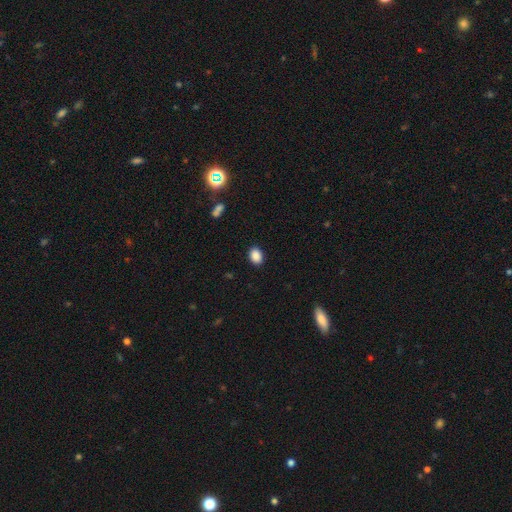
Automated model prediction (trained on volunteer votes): Smooth or featured?
  - smooth: 88% *
  - star or artifact: 9%
  - featured or disk: 3%
How rounded?
  - in between: 73% *
  - round: 26%
  - cigar-shaped: 1%
Merging?
  - none: 89% *
  - minor disturbance: 8%
  - major disturbance: 2%
  - merger: 1%